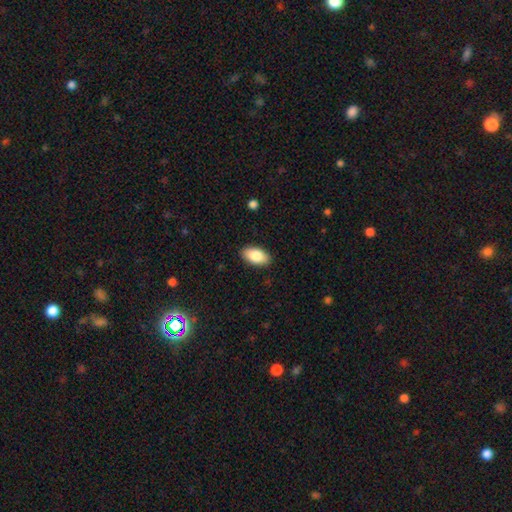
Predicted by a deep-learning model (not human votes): Morphology: type=smooth (84%); roundness=in between (94%); merging=none (89%).